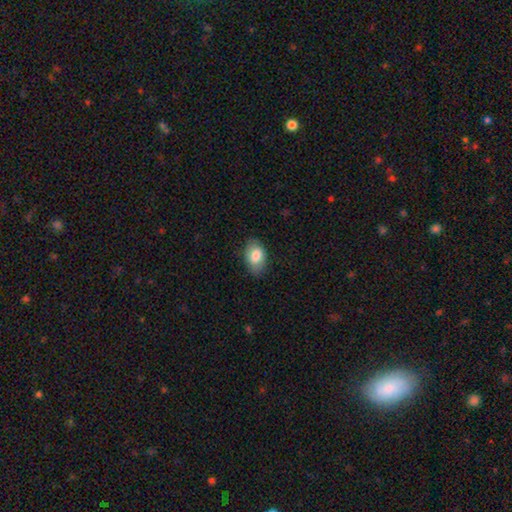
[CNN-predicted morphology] This appears to be a smooth galaxy with no disk features (82%) that is in between round and cigar-shaped (90%). Merging: none (80%).